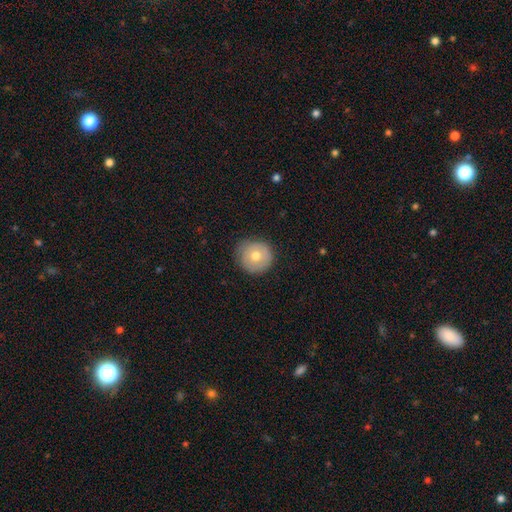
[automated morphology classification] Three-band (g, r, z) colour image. It shows a smooth galaxy with no disk features (64%) that is round (93%). Merging: none (79%).